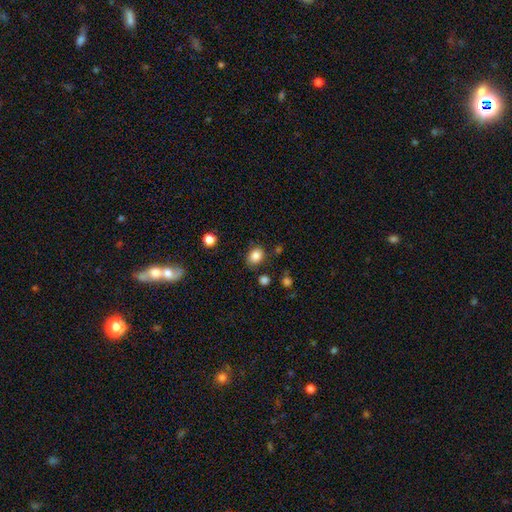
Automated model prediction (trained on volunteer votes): Overall: smooth (85%). How rounded: round (50%; in between 49%). Merging: none (81%).